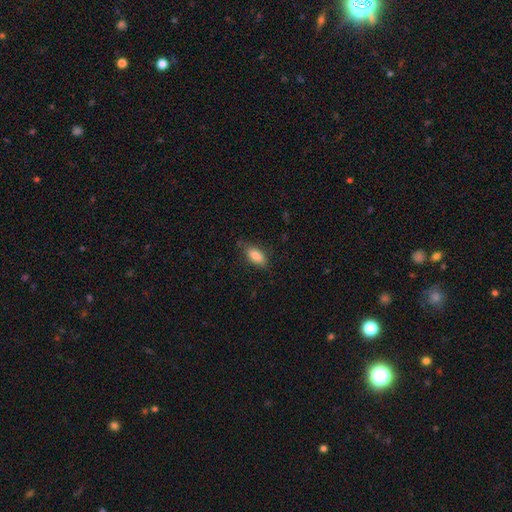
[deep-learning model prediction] smooth_or_featured: smooth (p=0.84) [alt: featured or disk p=0.09]
how_rounded: in between (p=0.86) [alt: cigar-shaped p=0.11]
merging: none (p=0.74) [alt: minor disturbance p=0.20]